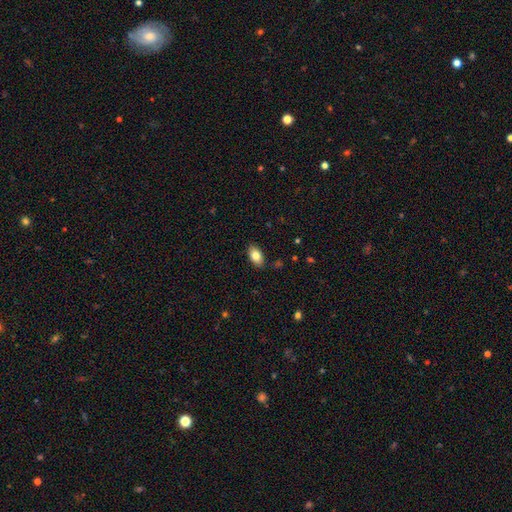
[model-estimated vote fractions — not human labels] This is clearly a smooth galaxy (80%). How rounded: clearly in between (92%). Merging: clearly none (87%).